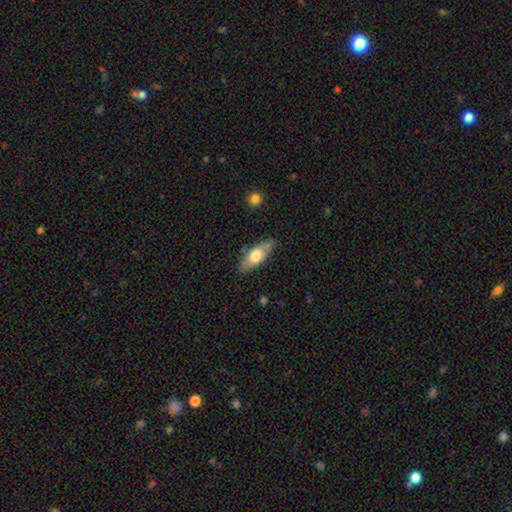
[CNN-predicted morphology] A smooth galaxy with no disk features (63%) that is in between round and cigar-shaped (74%). Merging: none (82%).